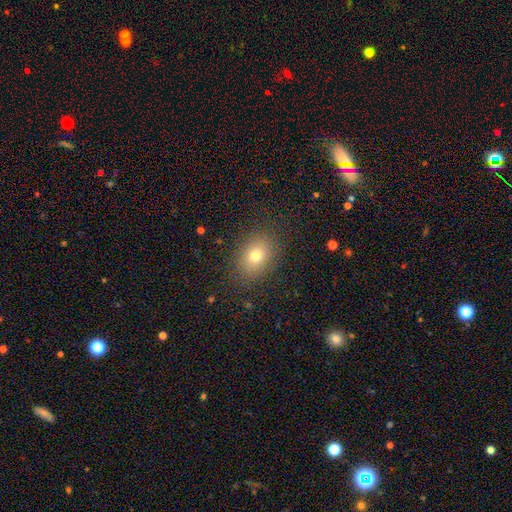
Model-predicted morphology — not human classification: Smooth or featured?
  - smooth: 75% *
  - star or artifact: 13%
  - featured or disk: 12%
How rounded?
  - in between: 69% *
  - round: 30%
  - cigar-shaped: 1%
Merging?
  - none: 86% *
  - minor disturbance: 9%
  - major disturbance: 4%
  - merger: 1%